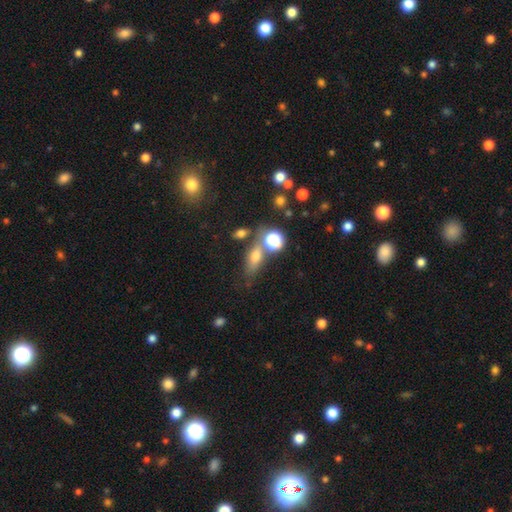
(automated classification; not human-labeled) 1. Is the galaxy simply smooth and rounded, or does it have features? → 64% smooth, 18% star or artifact, 18% featured or disk.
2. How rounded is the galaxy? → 61% in between, 20% cigar-shaped, 19% round.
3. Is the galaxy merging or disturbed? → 57% none, 21% merger, 15% minor disturbance, 7% major disturbance.